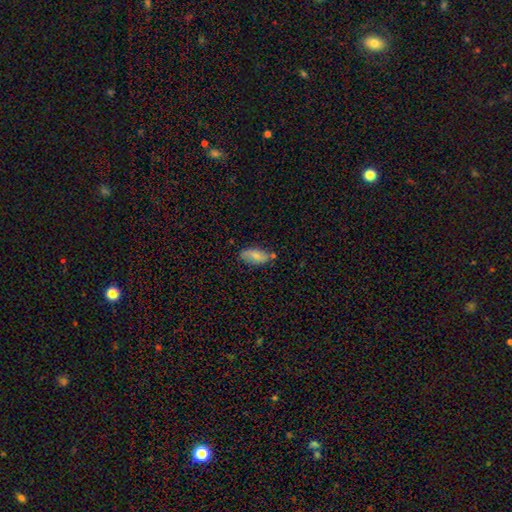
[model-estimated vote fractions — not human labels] Smooth or featured? smooth (72%)
How rounded? in between (88%)
Merging? none (66%)